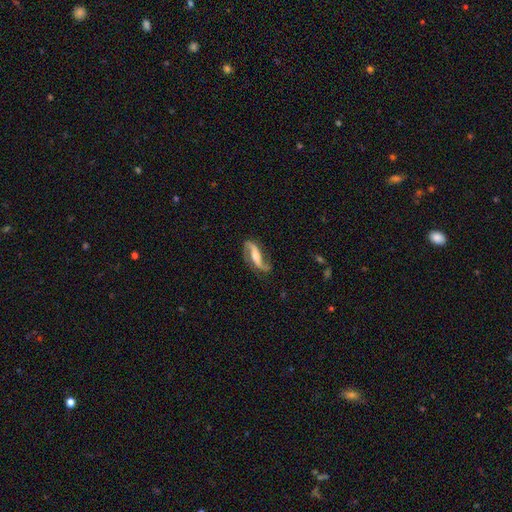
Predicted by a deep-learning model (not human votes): Morphology: type=featured or disk (88%); edge-on=no (92%); bar=strong (41%); spiral arms=yes (96%); winding=loose (59%); arm count=2 (92%); bulge=moderate (58%); merging=none (77%).